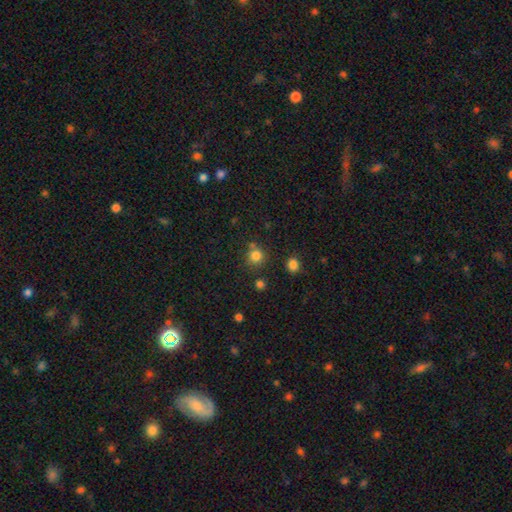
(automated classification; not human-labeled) This is clearly a smooth galaxy (80%). How rounded: clearly round (90%). Merging: likely none (74%).